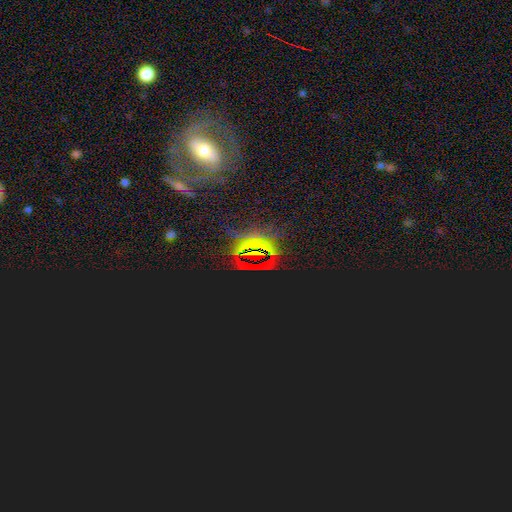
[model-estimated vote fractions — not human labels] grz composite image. It shows a star or artifact, not a galaxy (85%).